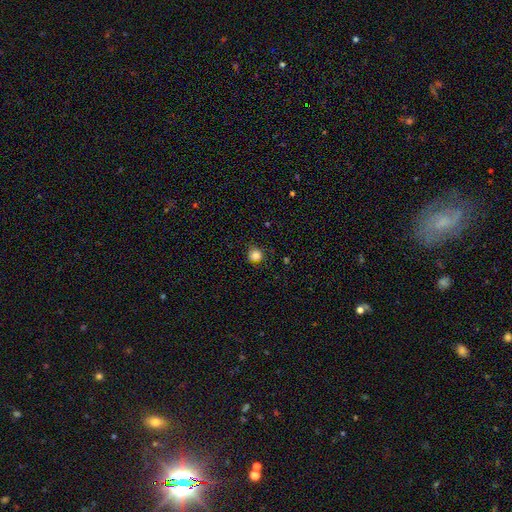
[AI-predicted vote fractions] Morphology: type=smooth (82%); roundness=round (90%); merging=none (83%).